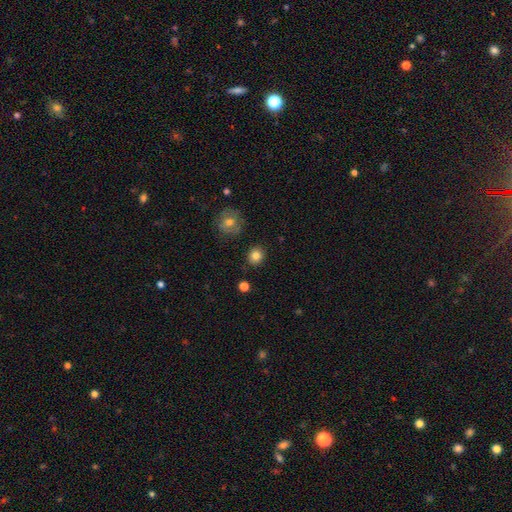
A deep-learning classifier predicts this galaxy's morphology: Overall: smooth (82%). How rounded: round (83%). Merging: none (88%).